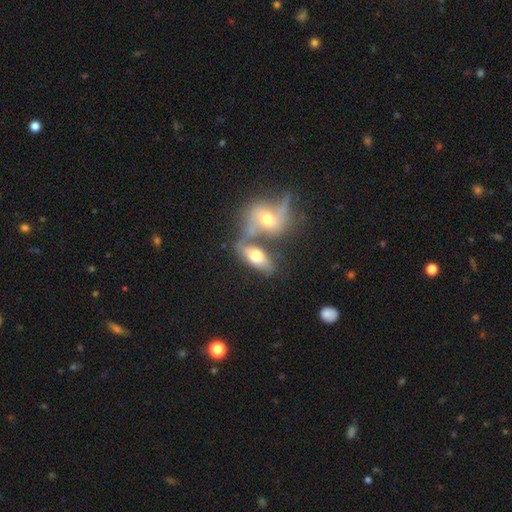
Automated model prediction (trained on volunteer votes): smooth_or_featured: smooth (p=0.51) [alt: featured or disk p=0.41]
how_rounded: in between (p=0.83) [alt: cigar-shaped p=0.10]
merging: merger (p=0.49) [alt: none p=0.32]